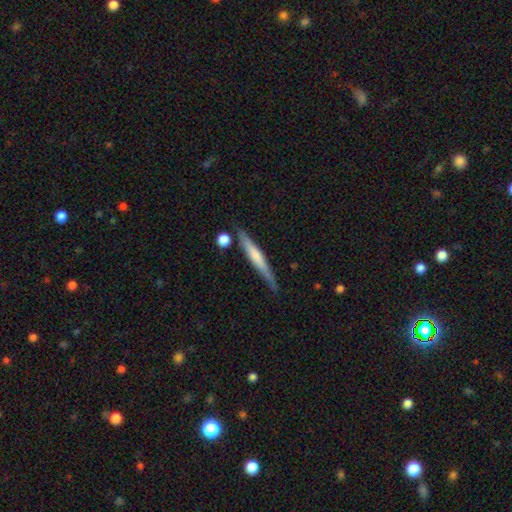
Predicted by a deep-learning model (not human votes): This appears to be a smooth galaxy with no disk features (47%, tied with featured or disk). Merging: none (79%).